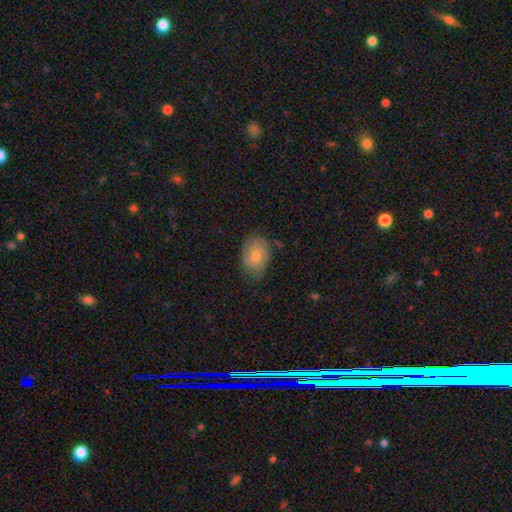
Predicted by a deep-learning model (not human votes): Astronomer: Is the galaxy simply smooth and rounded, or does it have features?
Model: smooth — 63%.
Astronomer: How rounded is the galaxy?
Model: in between — 77%.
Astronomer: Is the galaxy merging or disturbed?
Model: none — 68%.